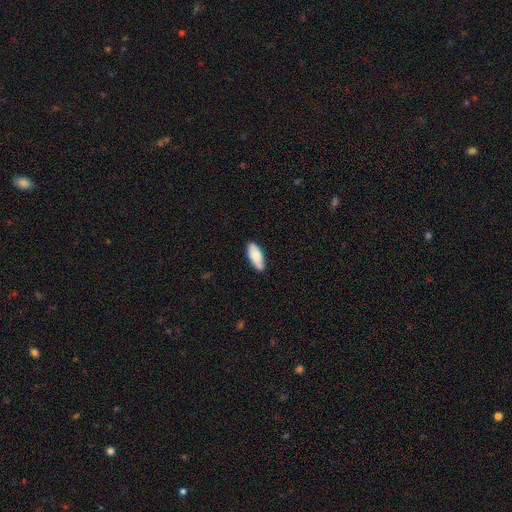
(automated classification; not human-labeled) smooth-or-featured: smooth: 76% | featured or disk: 18% | star or artifact: 6%
  how-rounded: in between: 77% | cigar-shaped: 21% | round: 2%
  merging: none: 82% | minor disturbance: 14% | major disturbance: 2% | merger: 1%